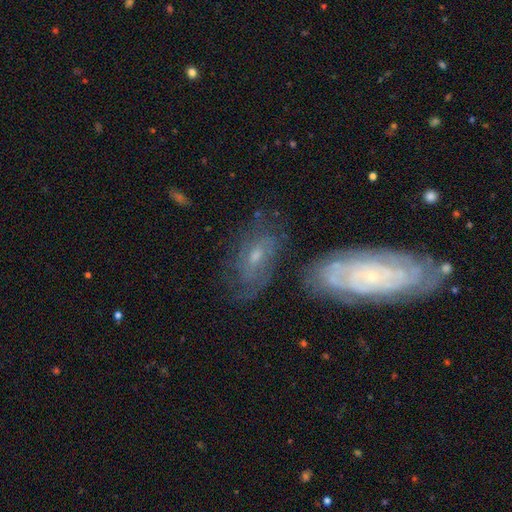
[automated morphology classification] This is likely a featured or disk galaxy (68%). It is clearly not viewed edge-on (90%). Bar: possibly no (58%). Spiral arm pattern: clearly yes (83%). Spiral arm count: possibly can't tell (55%). Spiral winding: likely tight (60%). Central bulge: likely small (64%). Merging: possibly none (60%).